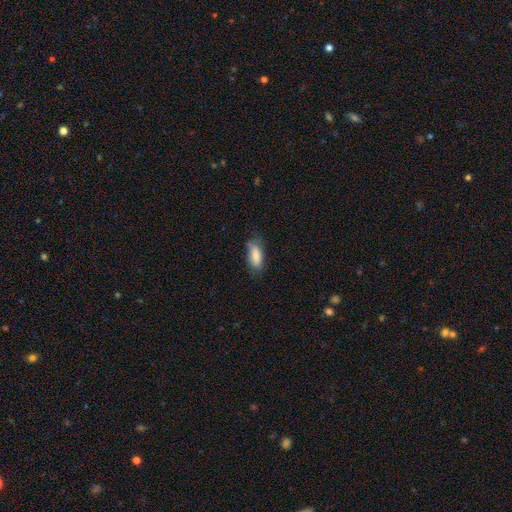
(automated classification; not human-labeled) A smooth galaxy with no disk features (84%) that is in between round and cigar-shaped (78%). Merging: none (61%).